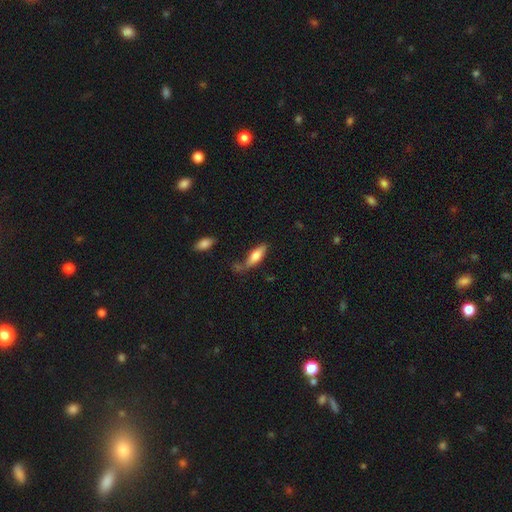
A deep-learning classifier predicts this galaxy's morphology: type=smooth (70%); roundness=in between (58%); merging=none (53%).